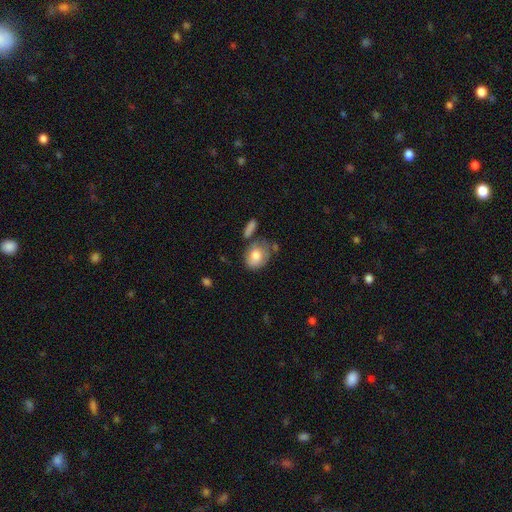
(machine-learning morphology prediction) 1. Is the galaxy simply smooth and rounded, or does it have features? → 71% smooth, 22% featured or disk, 7% star or artifact.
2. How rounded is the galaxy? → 50% round, 48% in between, 1% cigar-shaped.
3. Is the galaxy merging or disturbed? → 52% none, 25% minor disturbance, 13% merger, 10% major disturbance.